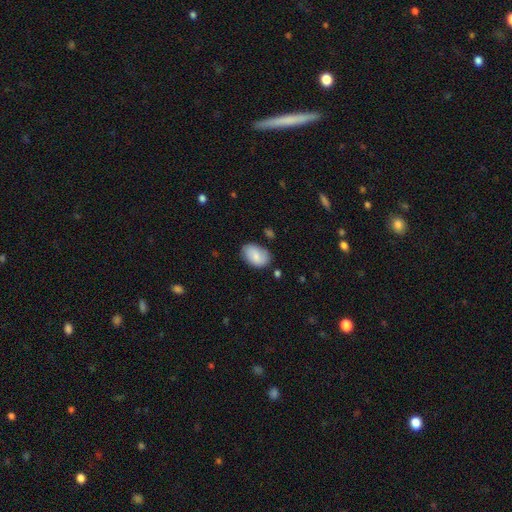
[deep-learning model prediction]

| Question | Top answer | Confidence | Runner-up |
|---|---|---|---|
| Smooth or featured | smooth | 77% | featured or disk (16%) |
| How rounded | in between | 88% | round (11%) |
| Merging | none | 72% | minor disturbance (21%) |